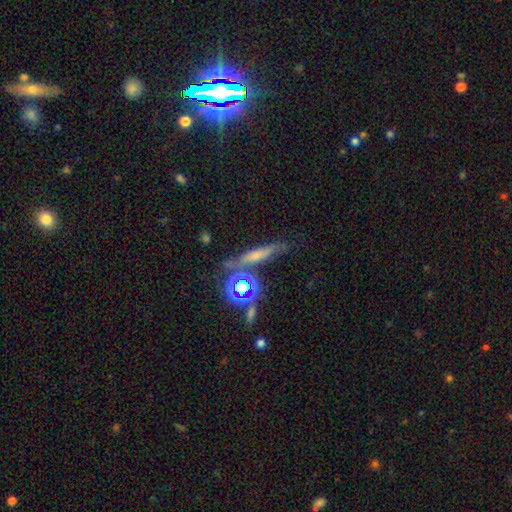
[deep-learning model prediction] A smooth galaxy with no disk features (40%).

Vote fractions:
- Smooth or featured? smooth: 40% / featured or disk: 33% / star or artifact: 27%
- Merging? none: 70% / minor disturbance: 15% / merger: 9% / major disturbance: 6%